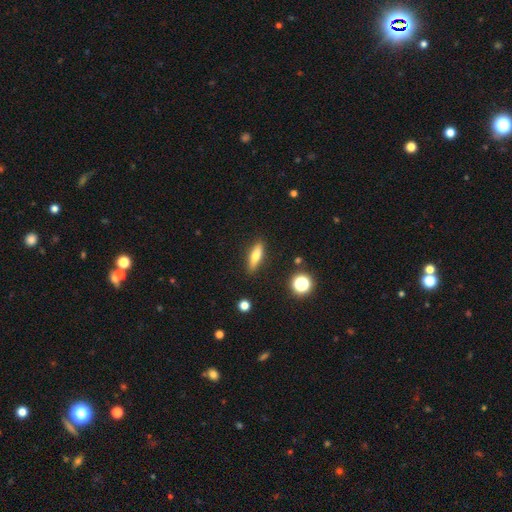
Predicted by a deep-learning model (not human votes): Smooth or featured? smooth (64%)
How rounded? cigar-shaped (60%)
Merging? none (87%)